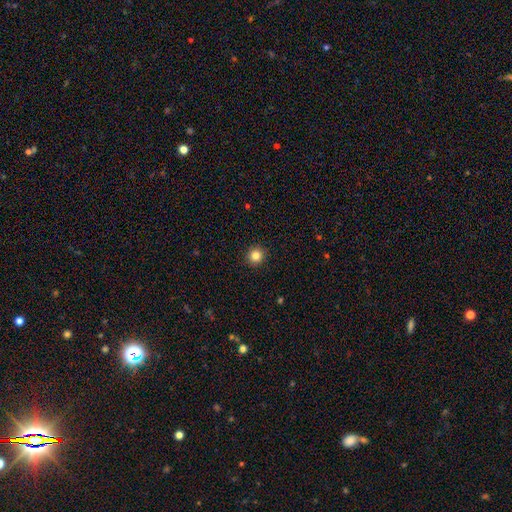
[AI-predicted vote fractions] Smooth or featured: smooth — 84% (star or artifact — 11%)
How rounded: round — 93% (in between — 6%)
Merging: none — 93% (minor disturbance — 5%)